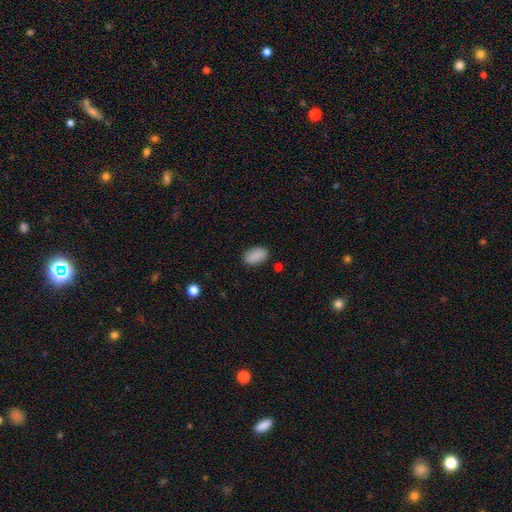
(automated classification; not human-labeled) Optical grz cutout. It shows a smooth galaxy with no disk features (88%) that is in between round and cigar-shaped (92%). Merging: none (85%).